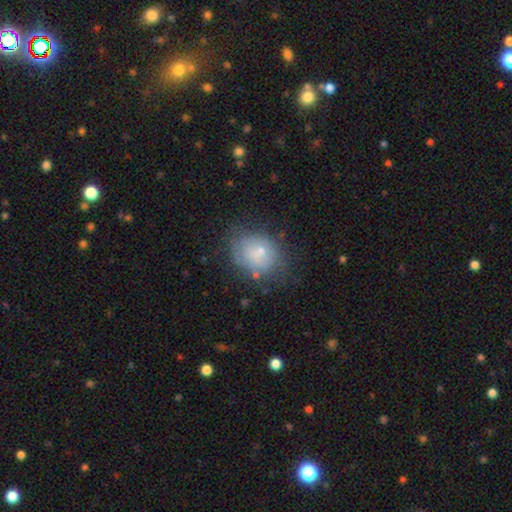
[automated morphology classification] The model was most divided on "how rounded": round: 58%, in between: 42%, cigar-shaped: 1%. More confident: smooth or featured — smooth (62%); merging — none (54%).